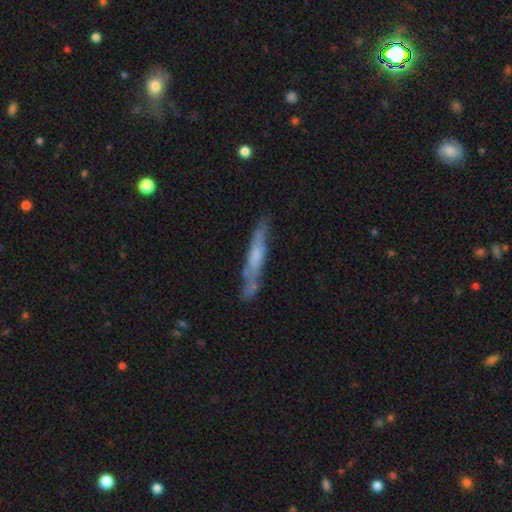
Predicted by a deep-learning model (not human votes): A featured or disk galaxy (50%). Merging: none (69%).